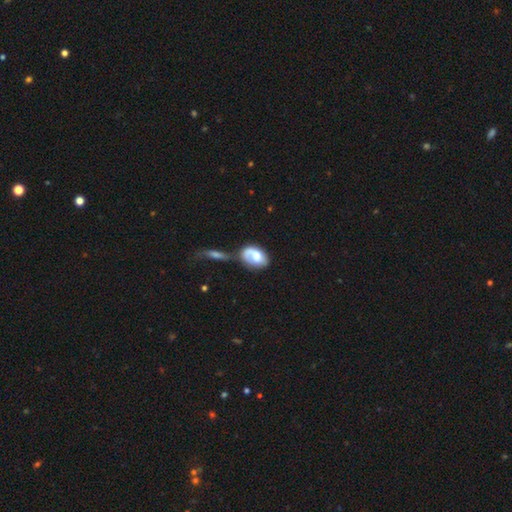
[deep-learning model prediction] Smooth or featured?
  - smooth: 51% *
  - featured or disk: 43%
  - star or artifact: 7%
How rounded?
  - in between: 83% *
  - round: 15%
  - cigar-shaped: 2%
Merging?
  - merger: 43% *
  - none: 25%
  - major disturbance: 16%
  - minor disturbance: 16%